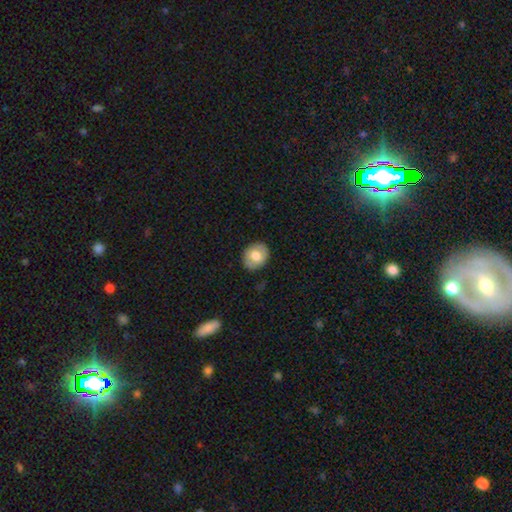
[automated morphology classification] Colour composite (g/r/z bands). It shows a smooth galaxy with no disk features (70%) that is round (55%). Merging: none (86%).